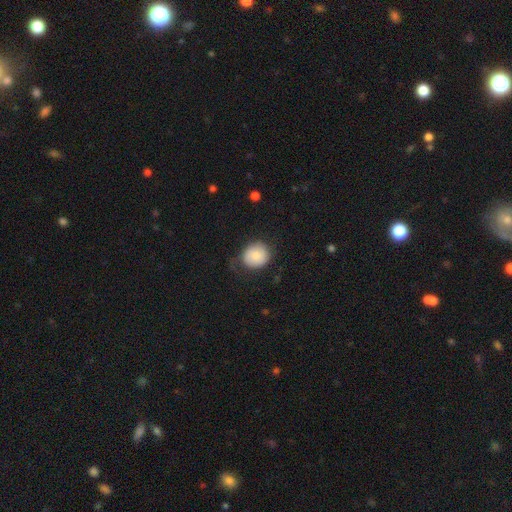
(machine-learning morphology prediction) type=smooth (79%); roundness=round (79%); merging=none (62%).